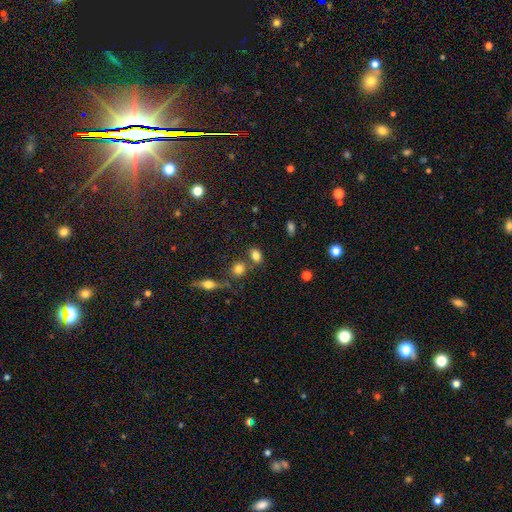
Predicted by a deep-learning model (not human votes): Morphology: type=smooth (81%); roundness=in between (72%); merging=none (66%).